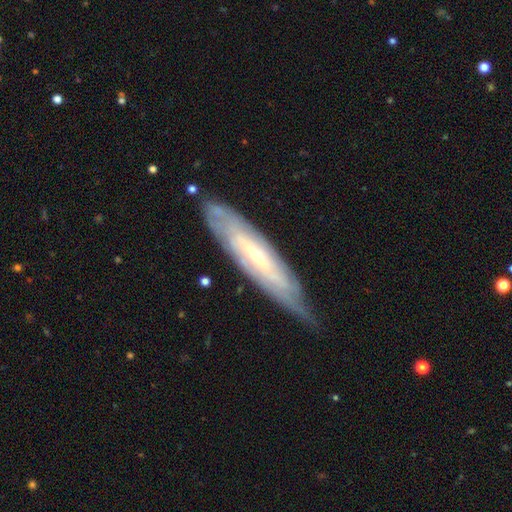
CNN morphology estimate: This is likely a featured or disk galaxy (75%). It is likely not viewed edge-on (63%). Merging: likely none (72%).